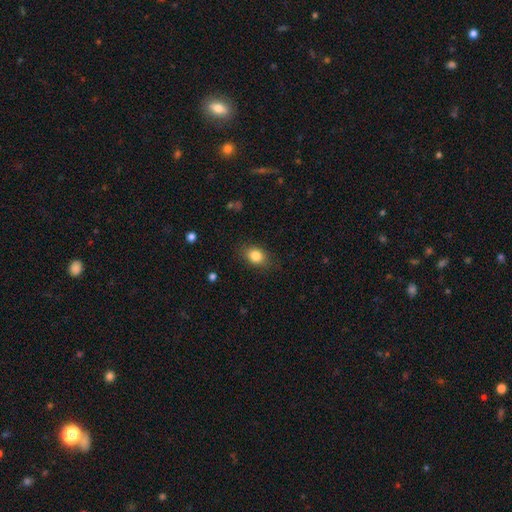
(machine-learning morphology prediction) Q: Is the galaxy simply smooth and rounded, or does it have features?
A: smooth — 83%.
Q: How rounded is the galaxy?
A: in between — 67%.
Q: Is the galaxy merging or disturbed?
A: none — 82%.